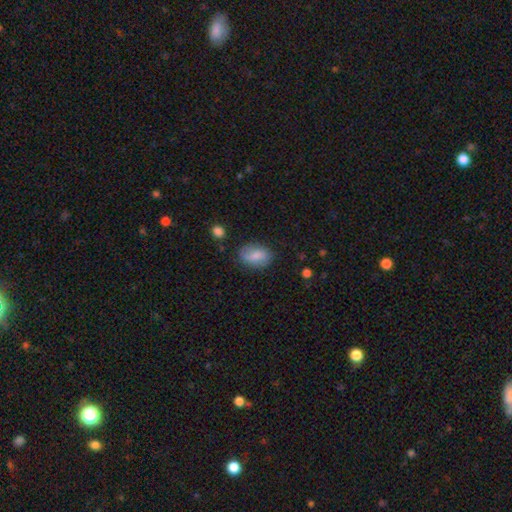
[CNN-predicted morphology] Smooth or featured? smooth (76%)
How rounded? in between (84%)
Merging? none (74%)